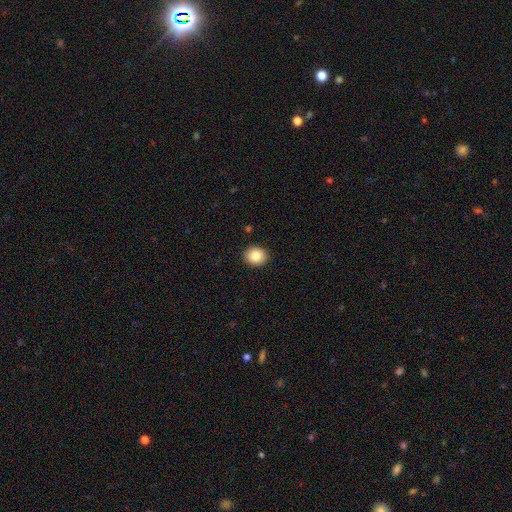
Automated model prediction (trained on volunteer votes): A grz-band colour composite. It shows a smooth galaxy with no disk features (85%) that is round (63%). Merging: none (91%).